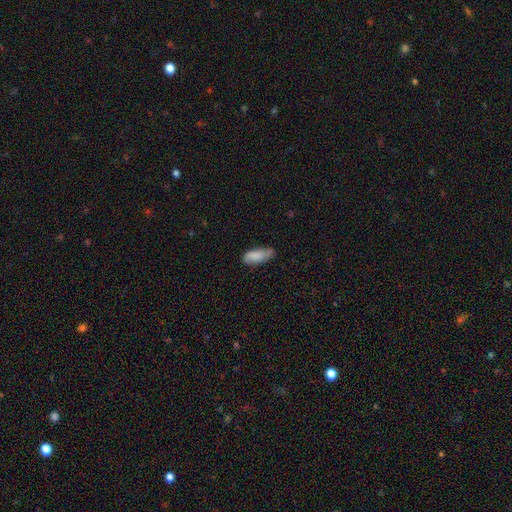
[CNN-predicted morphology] type=smooth (76%); roundness=in between (79%); merging=none (54%).